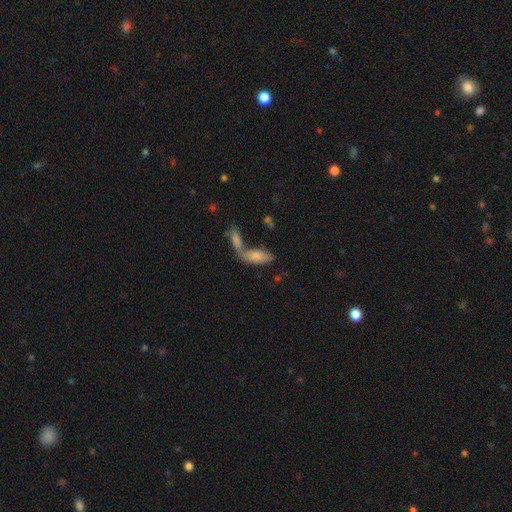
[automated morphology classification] A smooth galaxy with no disk features (78%) that is in between round and cigar-shaped (80%).

Vote fractions:
- Smooth or featured? smooth: 78% / featured or disk: 15% / star or artifact: 7%
- How rounded? in between: 80% / cigar-shaped: 18% / round: 2%
- Merging? merger: 57% / none: 29% / minor disturbance: 9% / major disturbance: 5%